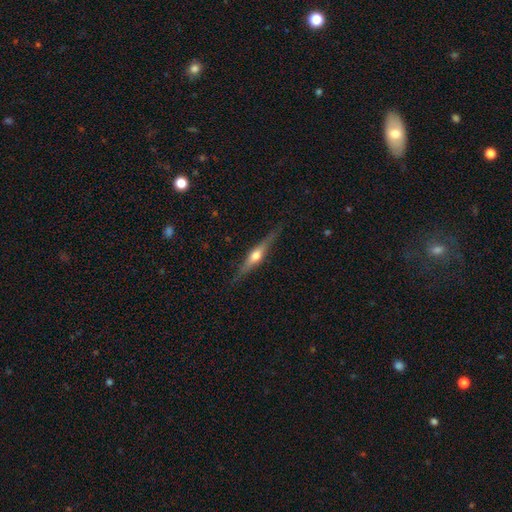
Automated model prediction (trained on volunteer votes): Q: Smooth or featured?
A: featured or disk (72%); runner-up: smooth (22%)
Q: Edge-on disk?
A: yes (97%); runner-up: no (3%)
Q: Edge-on bulge?
A: rounded (92%); runner-up: boxy (4%)
Q: Merging?
A: none (86%); runner-up: minor disturbance (10%)